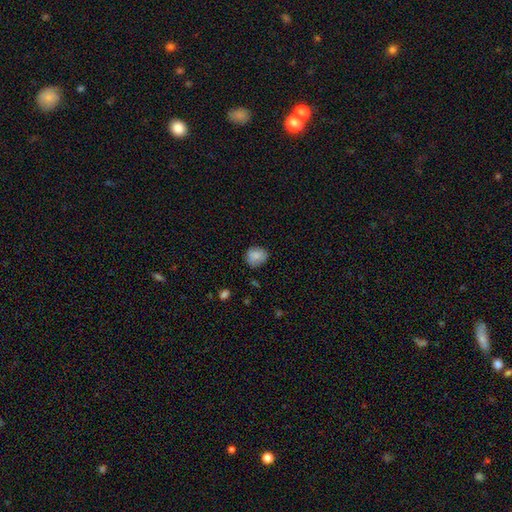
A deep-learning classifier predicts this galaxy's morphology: Q: Smooth or featured?
A: smooth (84%); runner-up: star or artifact (8%)
Q: How rounded?
A: round (72%); runner-up: in between (27%)
Q: Merging?
A: none (77%); runner-up: minor disturbance (19%)